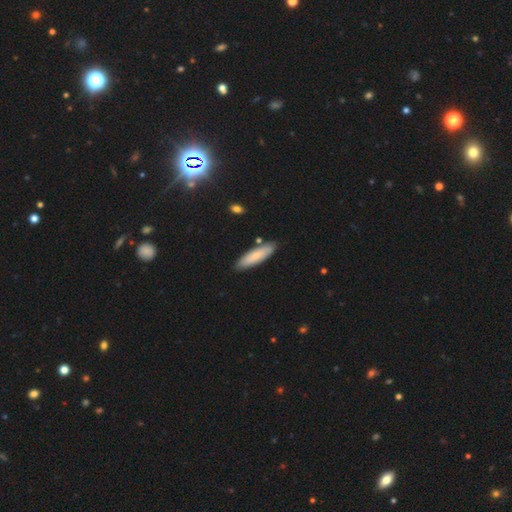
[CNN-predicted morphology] smooth 75%, featured or disk 19%, star or artifact 6%. Down the decision tree: how rounded — cigar-shaped (66%); merging — none (85%).